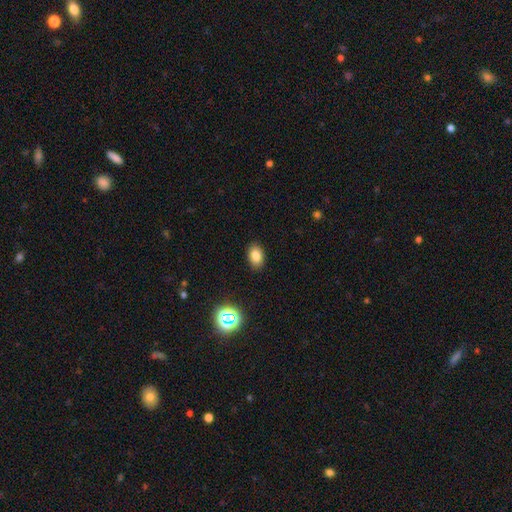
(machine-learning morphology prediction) This is clearly a smooth galaxy (81%). How rounded: clearly in between (83%). Merging: clearly none (89%).